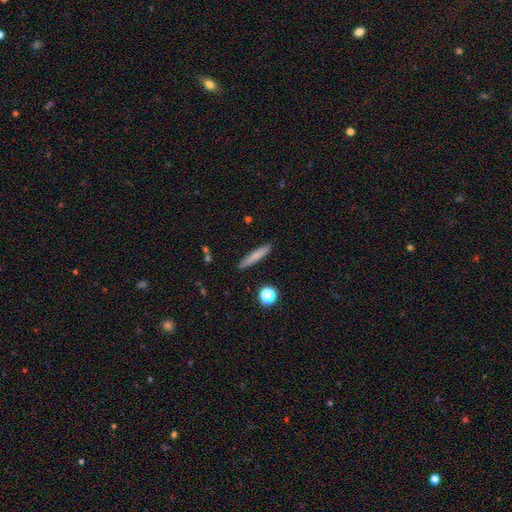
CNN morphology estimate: Smooth or featured? Predicted: smooth (p=0.72). How rounded? Predicted: cigar-shaped (p=0.92). Merging? Predicted: none (p=0.89).